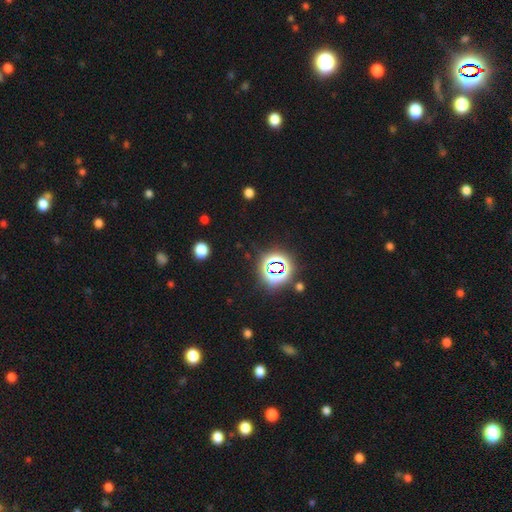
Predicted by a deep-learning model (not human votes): A star or artifact, not a galaxy (80%).